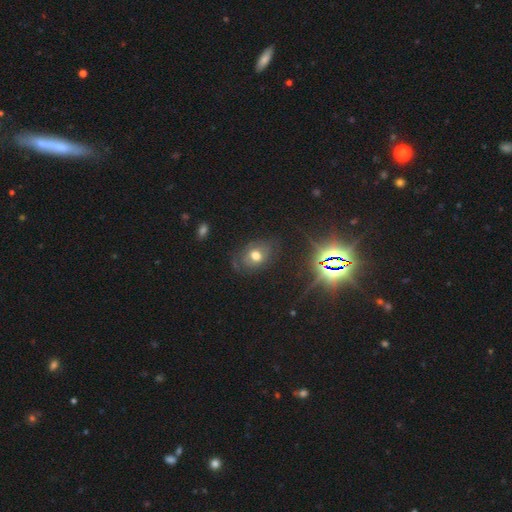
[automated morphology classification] Smooth or featured? smooth (57%)
How rounded? in between (63%)
Merging? none (71%)